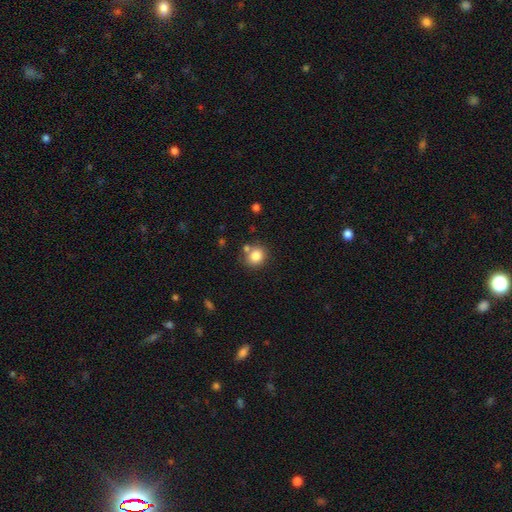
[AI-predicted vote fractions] A smooth galaxy with no disk features (83%) that is round (80%). Merging: none (73%).